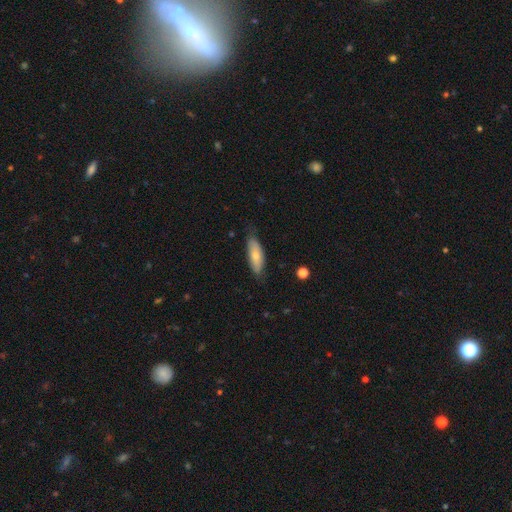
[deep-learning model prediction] A smooth galaxy with no disk features (69%) that is in between round and cigar-shaped (67%).

Vote fractions:
- Smooth or featured? smooth: 69% / featured or disk: 25% / star or artifact: 6%
- How rounded? in between: 67% / cigar-shaped: 31% / round: 2%
- Merging? none: 73% / minor disturbance: 22% / major disturbance: 4% / merger: 1%